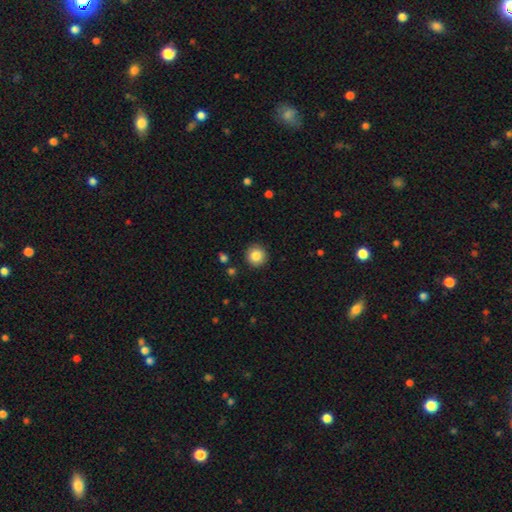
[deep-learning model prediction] Q: Smooth or featured?
A: smooth (85%); runner-up: star or artifact (9%)
Q: How rounded?
A: round (94%); runner-up: in between (5%)
Q: Merging?
A: none (91%); runner-up: minor disturbance (6%)